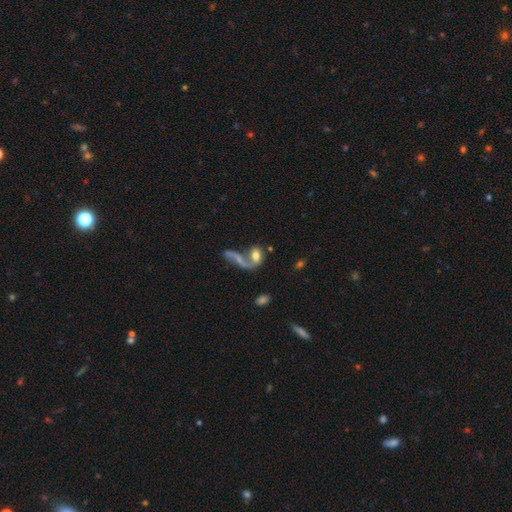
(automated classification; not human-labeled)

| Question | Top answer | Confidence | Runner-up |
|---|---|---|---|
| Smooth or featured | smooth | 52% | featured or disk (37%) |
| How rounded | in between | 68% | round (22%) |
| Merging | merger | 51% | none (24%) |